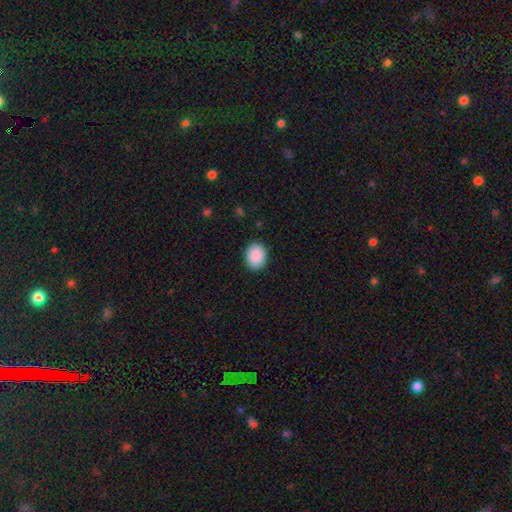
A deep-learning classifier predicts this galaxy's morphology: Overall: smooth (90%). How rounded: in between (57%; round 42%). Merging: none (89%).